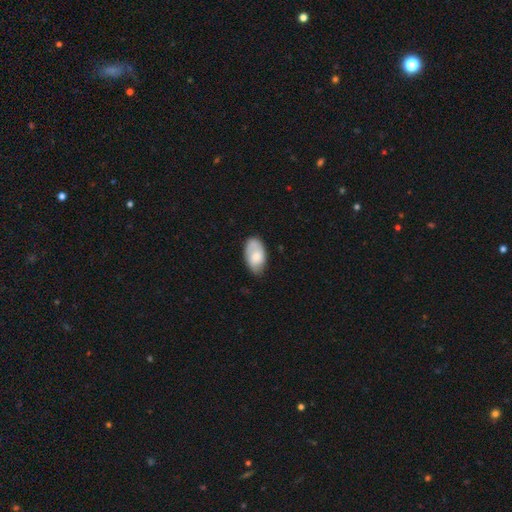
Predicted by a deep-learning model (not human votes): This appears to be a smooth galaxy with no disk features (72%) that is in between round and cigar-shaped (95%). Merging: none (66%).